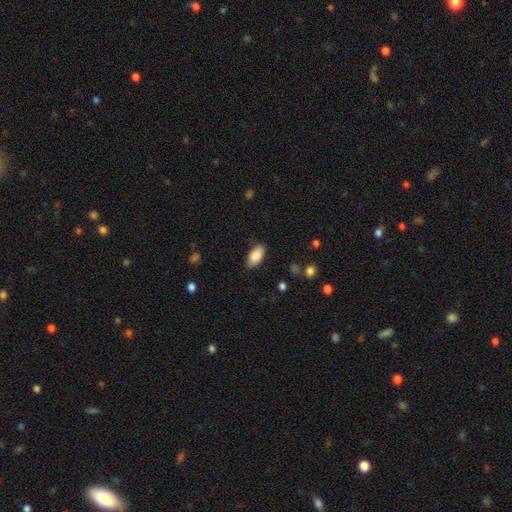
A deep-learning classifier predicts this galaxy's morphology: Smooth or featured?
  - smooth: 88% *
  - star or artifact: 6%
  - featured or disk: 6%
How rounded?
  - in between: 93% *
  - cigar-shaped: 5%
  - round: 2%
Merging?
  - none: 84% *
  - minor disturbance: 12%
  - major disturbance: 3%
  - merger: 1%